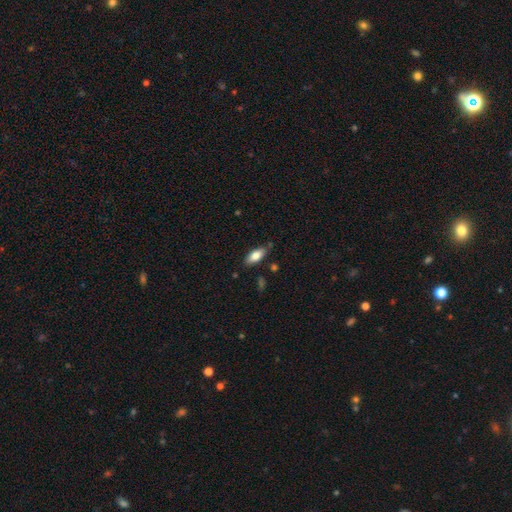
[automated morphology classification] type=smooth (78%); roundness=in between (84%); merging=none (79%).